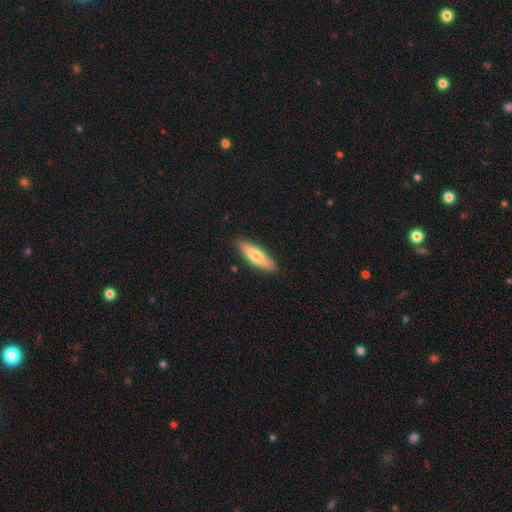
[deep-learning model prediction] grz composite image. It shows a smooth galaxy with no disk features (69%) that is cigar-shaped (59%). Merging: none (87%).